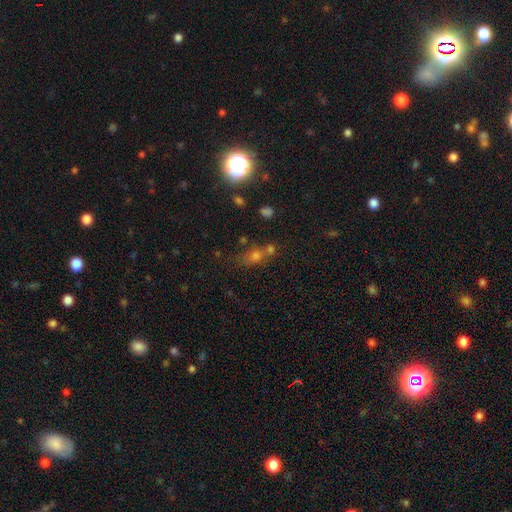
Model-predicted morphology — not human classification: This is possibly a smooth galaxy (57%). How rounded: possibly round (52%). Merging: possibly none (46%).